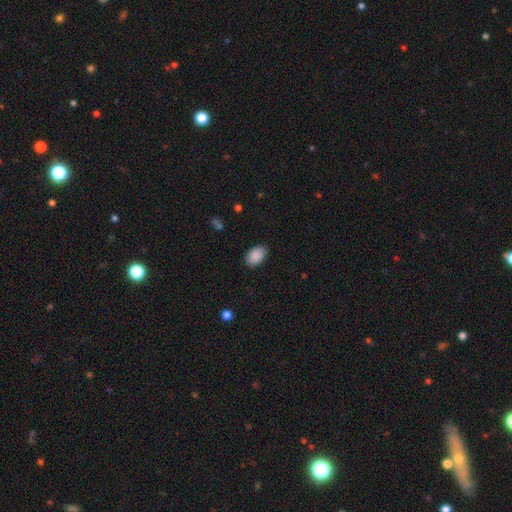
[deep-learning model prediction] smooth_or_featured: smooth (p=0.90) [alt: star or artifact p=0.07]
how_rounded: in between (p=0.88) [alt: round p=0.11]
merging: none (p=0.85) [alt: minor disturbance p=0.12]